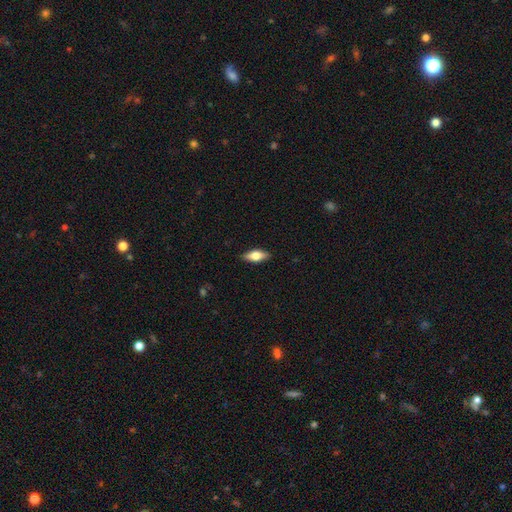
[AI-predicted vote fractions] Smooth or featured: smooth — 67% (featured or disk — 27%)
How rounded: in between — 78% (cigar-shaped — 19%)
Merging: none — 87% (minor disturbance — 10%)